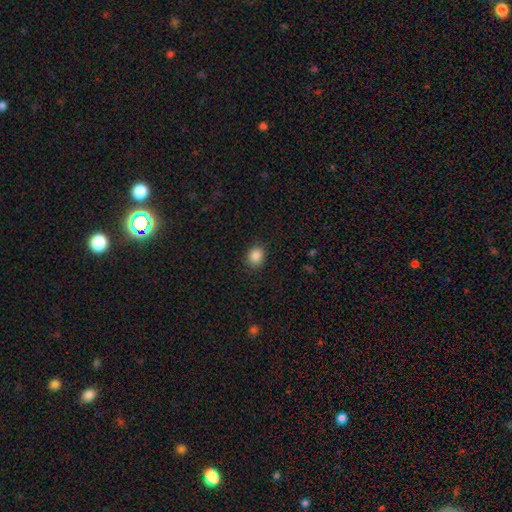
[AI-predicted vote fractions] Smooth or featured? smooth (87%)
How rounded? round (66%)
Merging? none (88%)